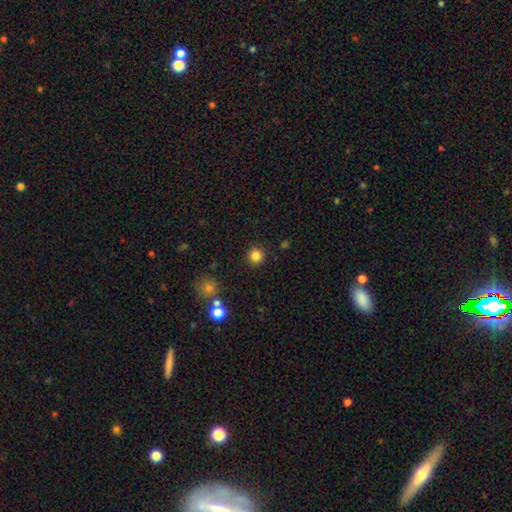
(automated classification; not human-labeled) Morphology: type=smooth (83%); roundness=round (95%); merging=none (91%).